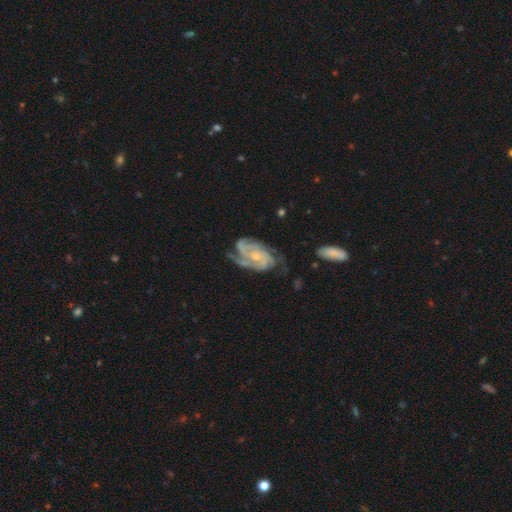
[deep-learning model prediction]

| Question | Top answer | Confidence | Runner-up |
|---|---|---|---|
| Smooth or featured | featured or disk | 89% | smooth (6%) |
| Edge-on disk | no | 97% | yes (3%) |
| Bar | no | 65% | weak (27%) |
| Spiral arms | yes | 98% | no (2%) |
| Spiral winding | tight | 56% | medium (37%) |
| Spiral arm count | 3 | 39% | 2 (27%) |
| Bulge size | small | 63% | moderate (32%) |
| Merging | none | 62% | minor disturbance (23%) |